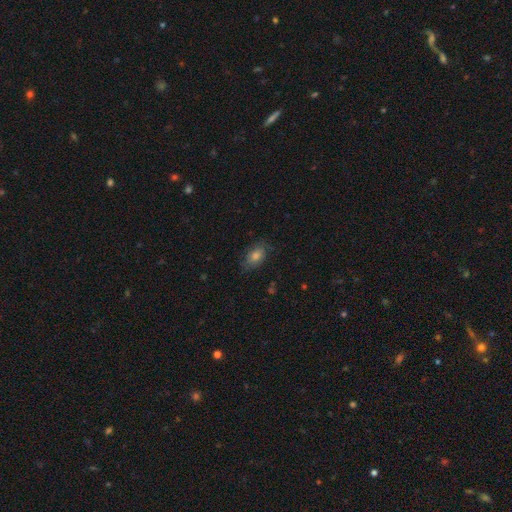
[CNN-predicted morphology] smooth 66%, featured or disk 18%, star or artifact 16%. Down the decision tree: how rounded — in between (82%); merging — none (78%).